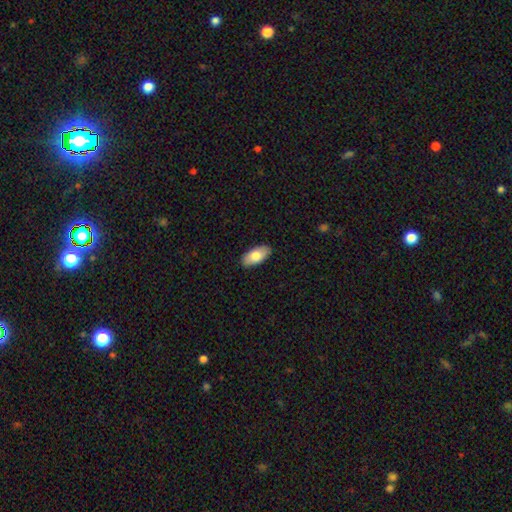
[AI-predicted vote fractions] Morphology: type=smooth (78%); roundness=in between (93%); merging=none (89%).